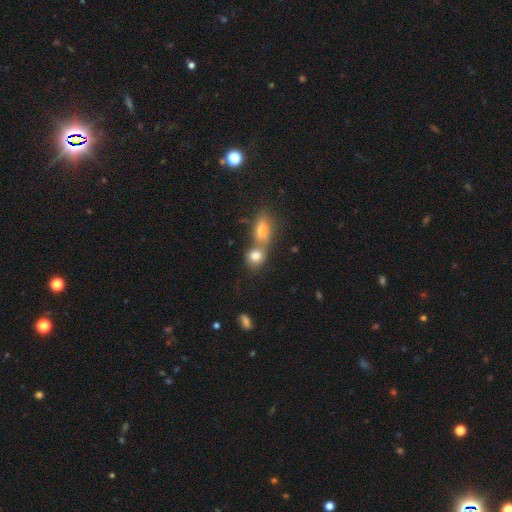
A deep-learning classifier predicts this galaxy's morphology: The model was most divided on "how rounded": round: 53%, in between: 44%, cigar-shaped: 3%. More confident: smooth or featured — smooth (78%); merging — merger (52%).